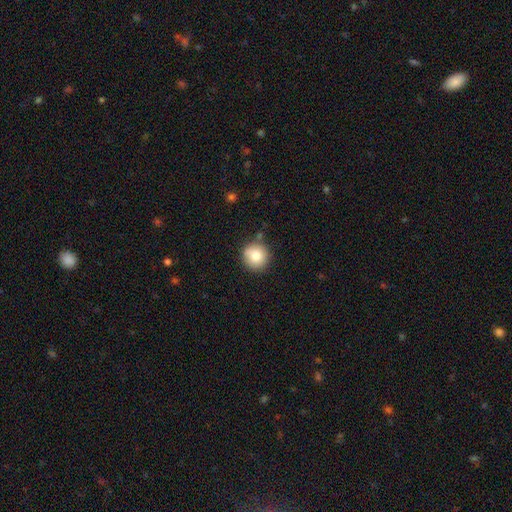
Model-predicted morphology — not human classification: smooth 80%, featured or disk 11%, star or artifact 10%. Down the decision tree: how rounded — round (94%); merging — none (82%).